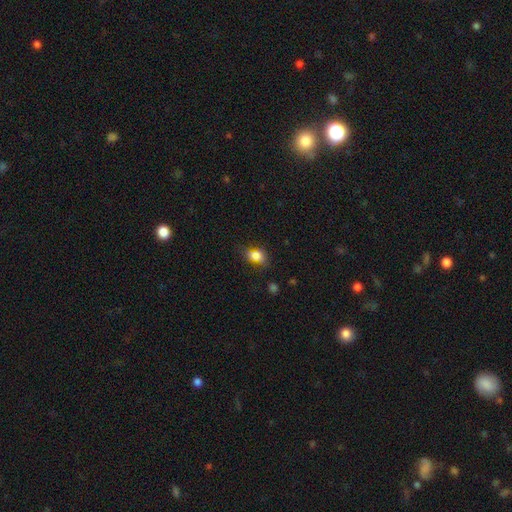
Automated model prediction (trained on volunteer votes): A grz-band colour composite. It shows a smooth galaxy with no disk features (75%) that is in between round and cigar-shaped (74%). Merging: none (56%).